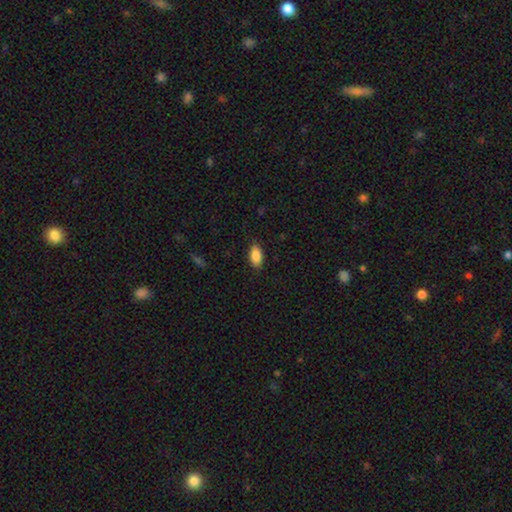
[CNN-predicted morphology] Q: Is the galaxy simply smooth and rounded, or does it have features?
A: smooth — 87%.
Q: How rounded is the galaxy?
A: in between — 91%.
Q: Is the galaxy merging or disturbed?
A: none — 87%.